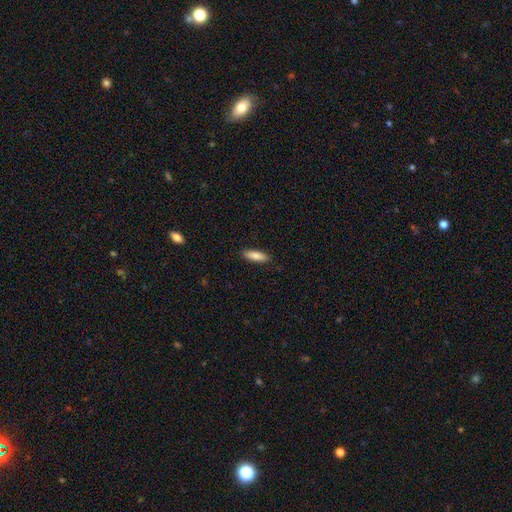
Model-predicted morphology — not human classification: smooth 83%, featured or disk 11%, star or artifact 6%. Down the decision tree: how rounded — cigar-shaped (56%); merging — none (89%).